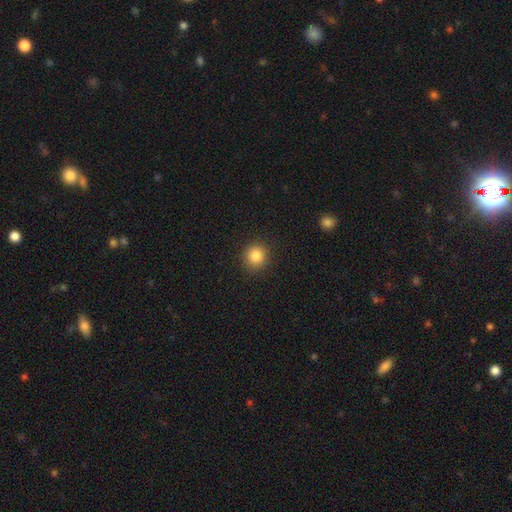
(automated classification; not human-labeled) A smooth galaxy with no disk features (85%) that is round (92%). Merging: none (91%).